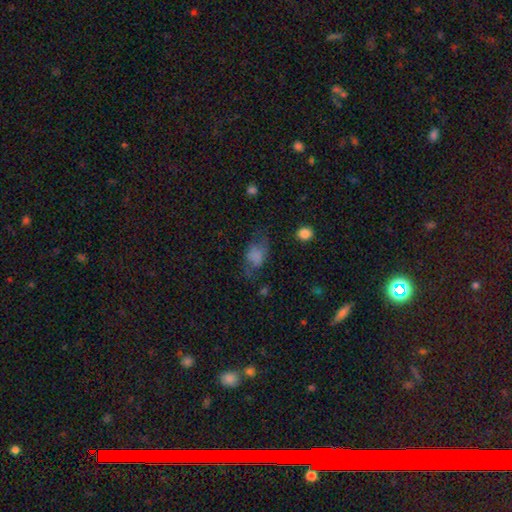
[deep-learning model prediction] Smooth or featured: smooth — 70% (featured or disk — 18%)
How rounded: in between — 75% (round — 23%)
Merging: none — 43% (major disturbance — 27%)